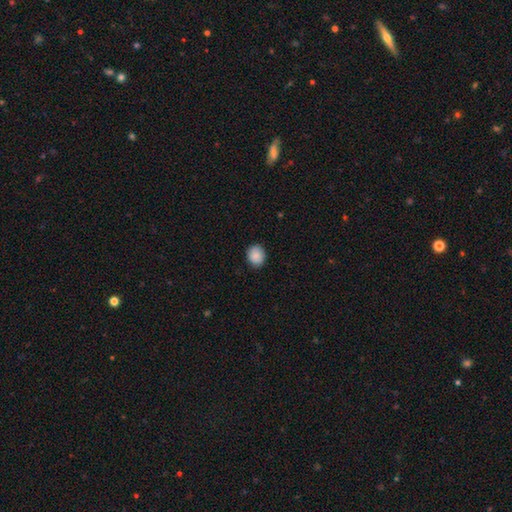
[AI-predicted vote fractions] Smooth or featured: smooth — 89% (star or artifact — 7%)
How rounded: round — 67% (in between — 33%)
Merging: none — 88% (minor disturbance — 9%)